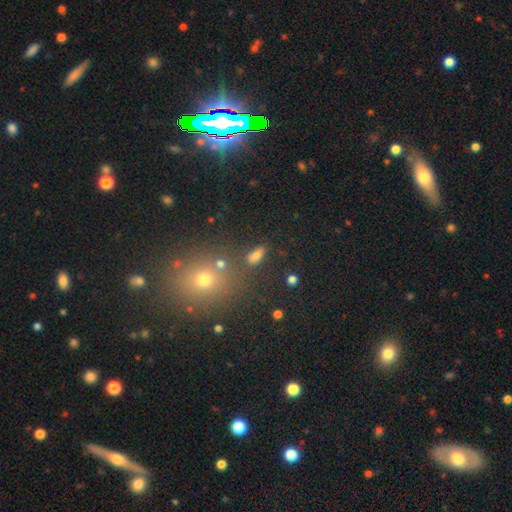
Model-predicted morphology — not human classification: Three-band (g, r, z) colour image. It shows a smooth galaxy with no disk features (70%) that is in between round and cigar-shaped (70%). Merging: none (76%).